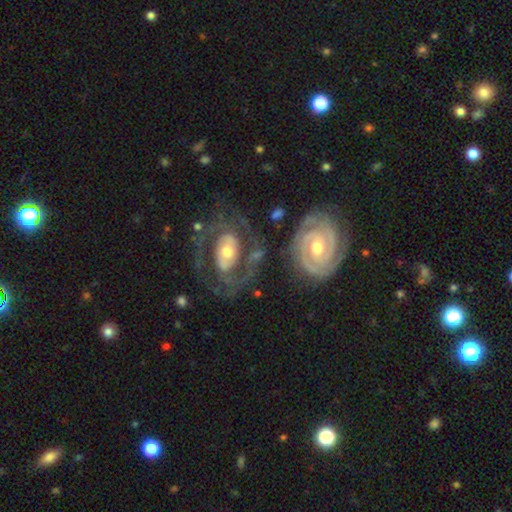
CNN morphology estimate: This is likely a featured or disk galaxy (80%). It is clearly not viewed edge-on (96%). Bar: possibly no (60%). Spiral arm pattern: clearly yes (83%). Spiral arm count: likely 2 (67%). Spiral winding: possibly tight (60%). Central bulge: likely moderate (62%). Merging: possibly none (53%).